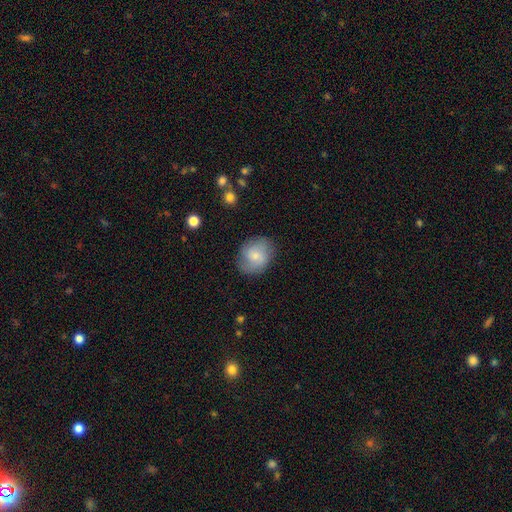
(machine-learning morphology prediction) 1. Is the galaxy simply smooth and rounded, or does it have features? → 68% smooth, 24% featured or disk, 7% star or artifact.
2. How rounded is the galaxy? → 57% round, 42% in between, 1% cigar-shaped.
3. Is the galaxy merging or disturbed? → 75% none, 18% minor disturbance, 5% major disturbance, 1% merger.